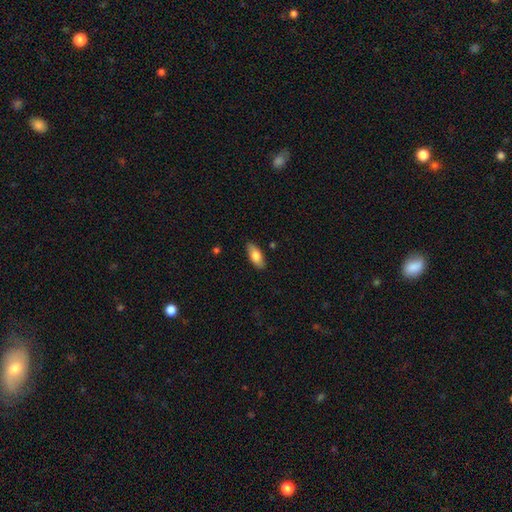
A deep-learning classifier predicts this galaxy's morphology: A smooth galaxy with no disk features (78%) that is in between round and cigar-shaped (83%). Merging: none (87%).